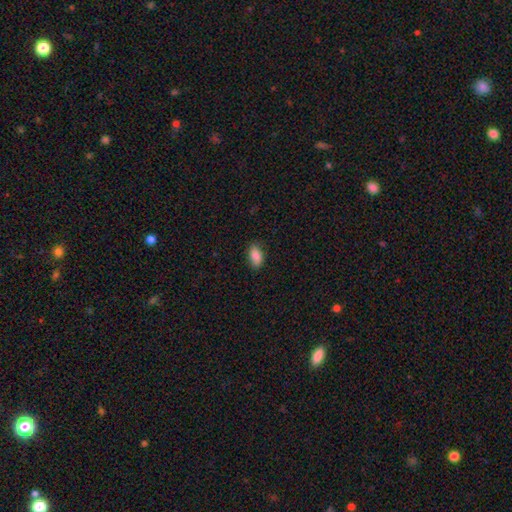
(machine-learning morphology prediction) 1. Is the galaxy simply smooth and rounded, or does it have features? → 88% smooth, 8% star or artifact, 5% featured or disk.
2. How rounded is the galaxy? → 92% in between, 5% round, 4% cigar-shaped.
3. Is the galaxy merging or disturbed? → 86% none, 11% minor disturbance, 2% major disturbance, 1% merger.